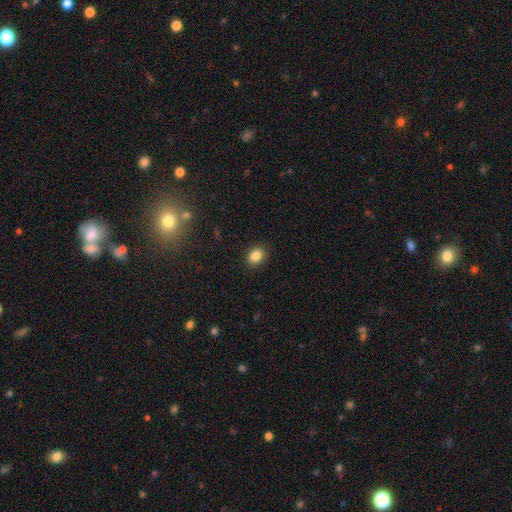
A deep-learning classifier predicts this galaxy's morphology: Smooth or featured? smooth (85%)
How rounded? round (51%)
Merging? none (89%)